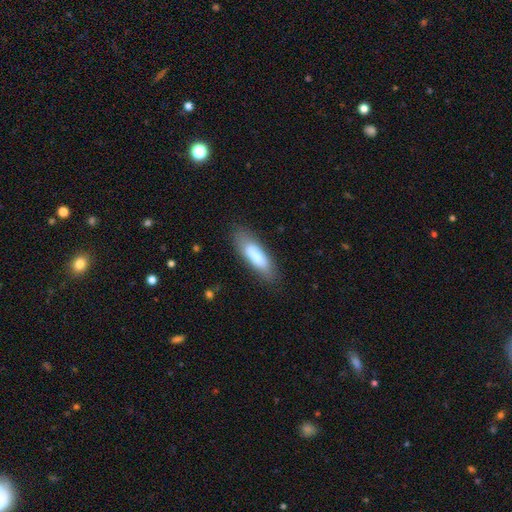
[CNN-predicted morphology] The model was most divided on "how rounded": cigar-shaped: 50%, in between: 48%, round: 2%. More confident: smooth or featured — smooth (77%); merging — none (76%).